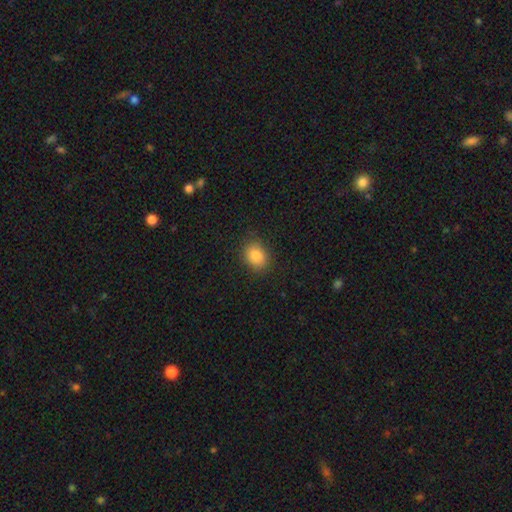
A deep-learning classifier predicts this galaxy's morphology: The model was most divided on "how rounded": in between: 67%, round: 32%, cigar-shaped: 1%. More confident: smooth or featured — smooth (87%); merging — none (84%).